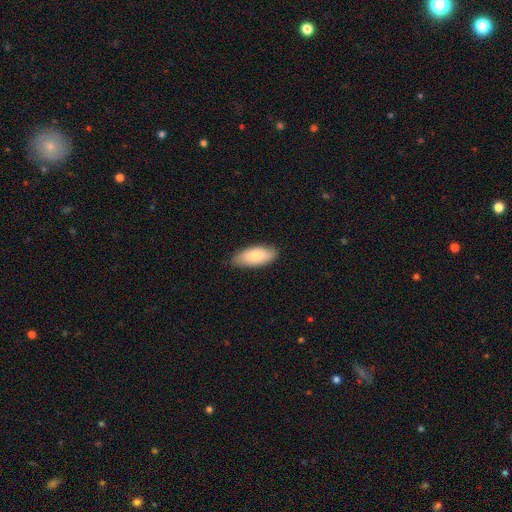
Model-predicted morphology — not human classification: This appears to be a smooth galaxy with no disk features (79%) that is in between round and cigar-shaped (87%). Merging: none (81%).